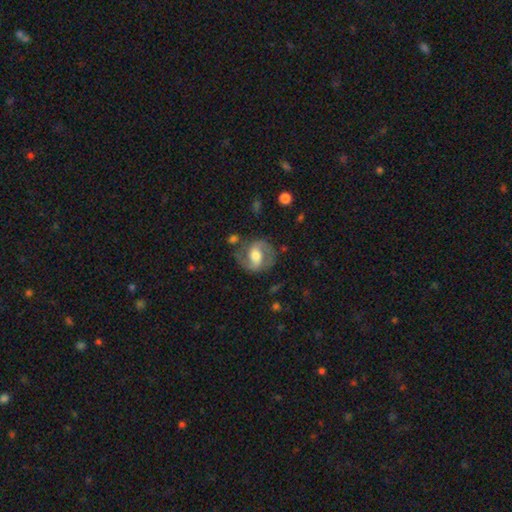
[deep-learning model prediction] Smooth or featured?
  - featured or disk: 81% *
  - smooth: 13%
  - star or artifact: 6%
Edge-on disk?
  - no: 97% *
  - yes: 3%
Bar?
  - weak: 45% *
  - strong: 30%
  - no: 25%
Spiral arms?
  - yes: 93% *
  - no: 7%
Spiral winding?
  - medium: 56% *
  - loose: 25%
  - tight: 20%
Spiral arm count?
  - 2: 91% *
  - can't tell: 3%
  - 1: 3%
  - 3: 1%
  - 4: 1%
  - more than 4: 1%
Bulge size?
  - moderate: 63% *
  - large: 19%
  - small: 15%
  - none: 2%
  - dominant: 2%
Merging?
  - none: 76% *
  - minor disturbance: 15%
  - major disturbance: 7%
  - merger: 3%